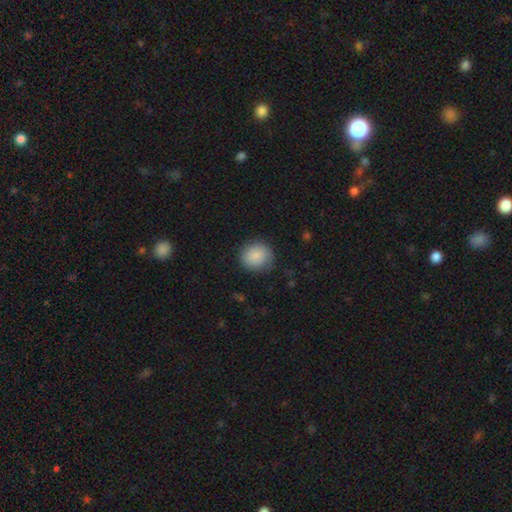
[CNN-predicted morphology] Overall: smooth (85%). How rounded: round (84%). Merging: none (79%).